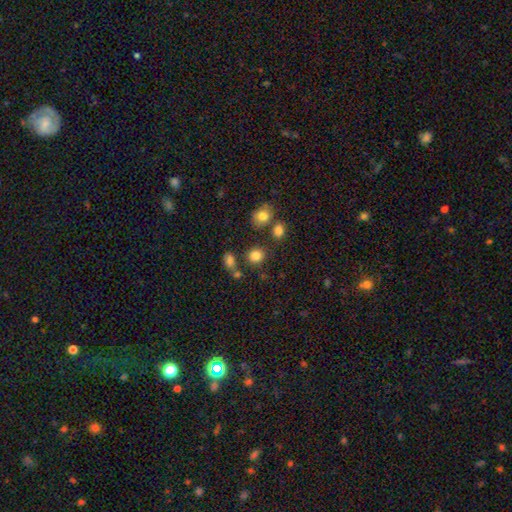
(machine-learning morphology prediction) type=smooth (82%); roundness=round (78%); merging=none (77%).